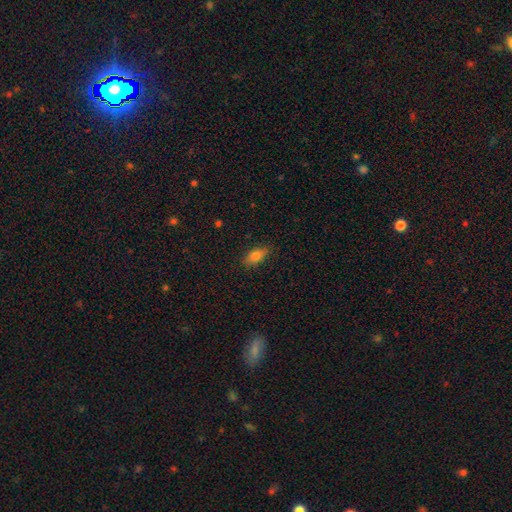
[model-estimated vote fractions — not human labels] Smooth or featured?
  - smooth: 81% *
  - featured or disk: 10%
  - star or artifact: 9%
How rounded?
  - in between: 85% *
  - cigar-shaped: 10%
  - round: 5%
Merging?
  - none: 84% *
  - minor disturbance: 12%
  - major disturbance: 3%
  - merger: 1%